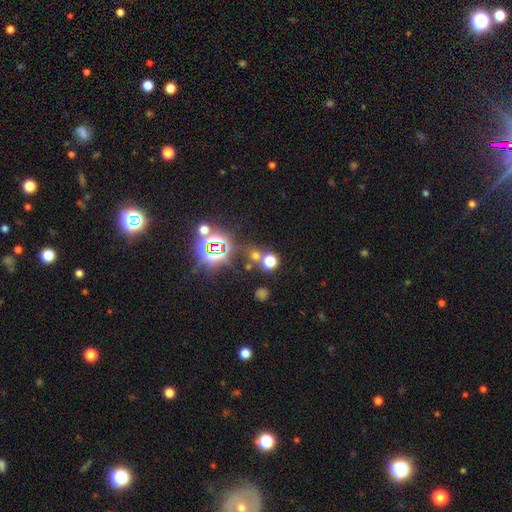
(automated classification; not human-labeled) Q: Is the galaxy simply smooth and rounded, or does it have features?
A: star or artifact — 49%.